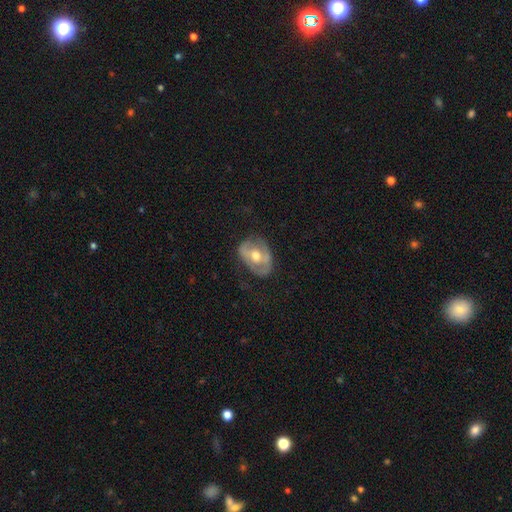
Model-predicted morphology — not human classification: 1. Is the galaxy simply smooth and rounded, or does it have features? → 60% featured or disk, 34% smooth, 6% star or artifact.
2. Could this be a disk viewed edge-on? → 93% no, 7% yes.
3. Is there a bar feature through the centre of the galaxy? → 47% no, 32% weak, 22% strong.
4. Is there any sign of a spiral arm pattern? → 56% no, 44% yes.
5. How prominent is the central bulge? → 76% moderate, 15% small, 6% large, 1% none, 1% dominant.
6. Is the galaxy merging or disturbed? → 64% none, 24% minor disturbance, 10% major disturbance, 1% merger.